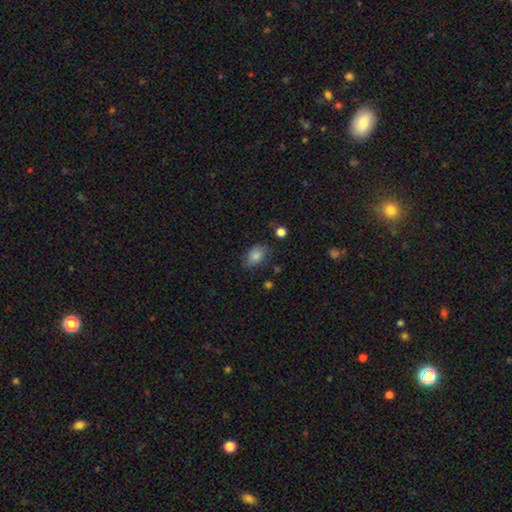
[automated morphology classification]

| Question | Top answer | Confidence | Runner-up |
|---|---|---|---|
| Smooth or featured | smooth | 76% | featured or disk (15%) |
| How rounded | in between | 80% | round (19%) |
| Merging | none | 70% | minor disturbance (22%) |